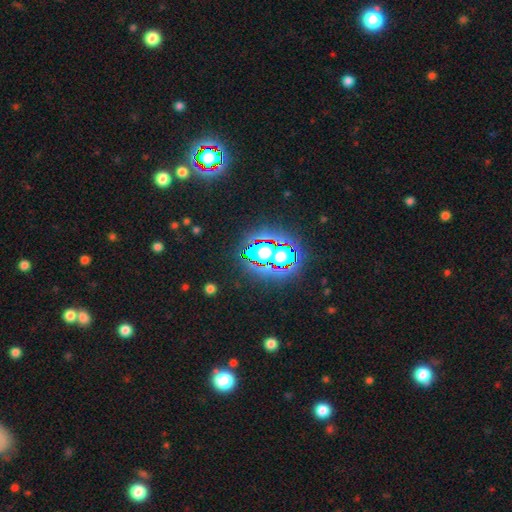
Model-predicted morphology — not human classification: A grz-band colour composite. It shows a star or artifact, not a galaxy (80%).